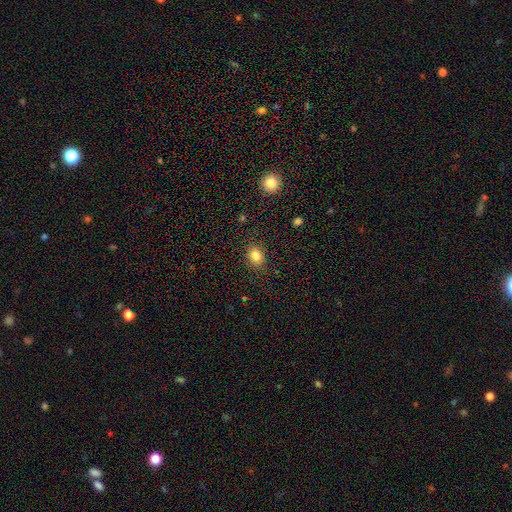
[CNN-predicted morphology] A smooth galaxy with no disk features (83%) that is in between round and cigar-shaped (52%).

Vote fractions:
- Smooth or featured? smooth: 83% / star or artifact: 11% / featured or disk: 6%
- How rounded? in between: 52% / round: 47% / cigar-shaped: 1%
- Merging? none: 87% / minor disturbance: 9% / major disturbance: 3% / merger: 1%